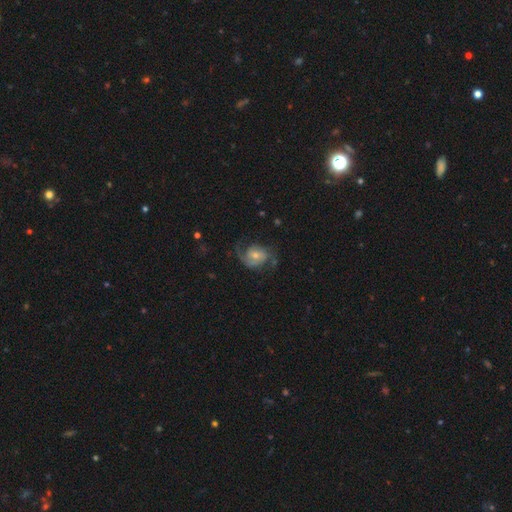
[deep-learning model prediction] Q: Smooth or featured?
A: featured or disk (75%); runner-up: smooth (19%)
Q: Edge-on disk?
A: no (97%); runner-up: yes (3%)
Q: Bar?
A: no (56%); runner-up: weak (36%)
Q: Spiral arms?
A: yes (93%); runner-up: no (7%)
Q: Spiral winding?
A: medium (44%); runner-up: loose (35%)
Q: Spiral arm count?
A: 2 (64%); runner-up: 1 (22%)
Q: Bulge size?
A: small (49%); runner-up: moderate (43%)
Q: Merging?
A: none (56%); runner-up: major disturbance (22%)